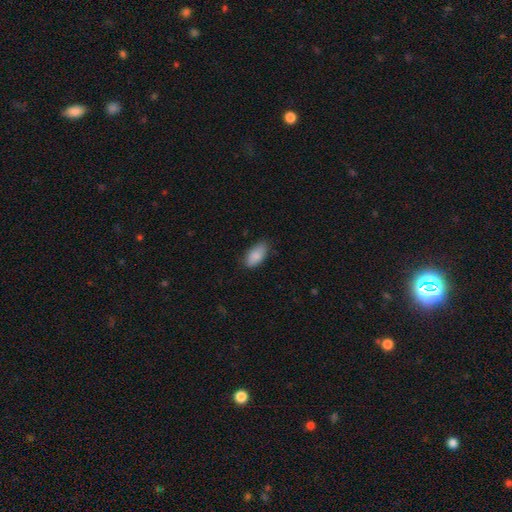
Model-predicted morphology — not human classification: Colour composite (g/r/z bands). It shows a smooth galaxy with no disk features (87%) that is in between round and cigar-shaped (91%). Merging: none (81%).